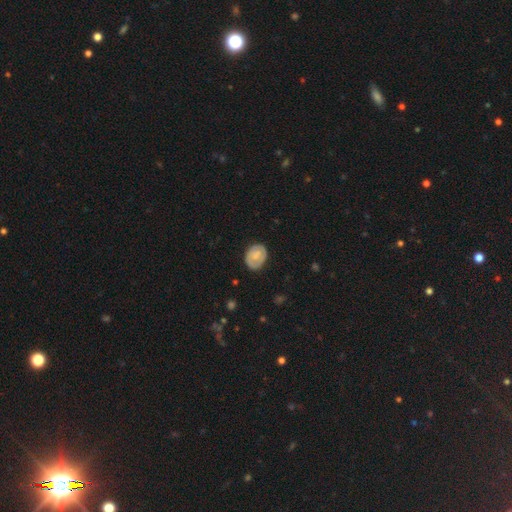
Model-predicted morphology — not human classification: The model was most divided on "how rounded": in between: 63%, round: 36%, cigar-shaped: 1%. More confident: merging — none (75%); smooth or featured — smooth (60%).